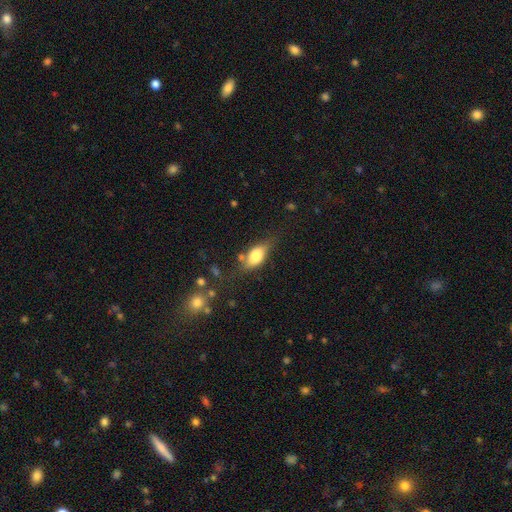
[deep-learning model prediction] Smooth or featured? Predicted: smooth (p=0.72). How rounded? Predicted: in between (p=0.82). Merging? Predicted: none (p=0.59).